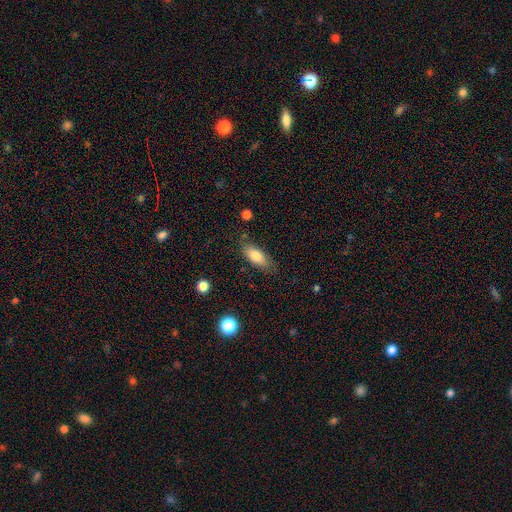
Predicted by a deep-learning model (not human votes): Smooth or featured: smooth — 80% (featured or disk — 14%)
How rounded: in between — 79% (cigar-shaped — 19%)
Merging: none — 79% (minor disturbance — 15%)